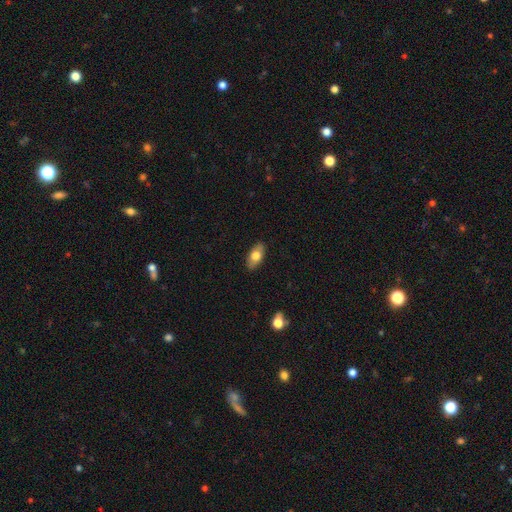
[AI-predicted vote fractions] smooth 73%, featured or disk 21%, star or artifact 6%. Down the decision tree: how rounded — in between (90%); merging — none (88%).